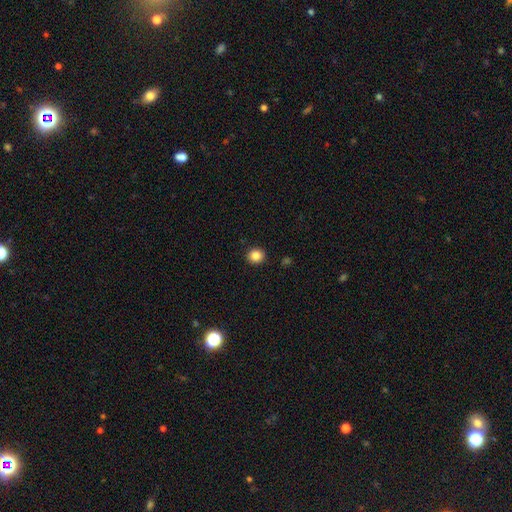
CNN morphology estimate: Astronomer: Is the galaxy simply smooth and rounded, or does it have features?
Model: smooth — 85%.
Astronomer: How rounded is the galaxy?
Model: round — 86%.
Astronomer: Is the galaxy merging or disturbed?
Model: none — 92%.